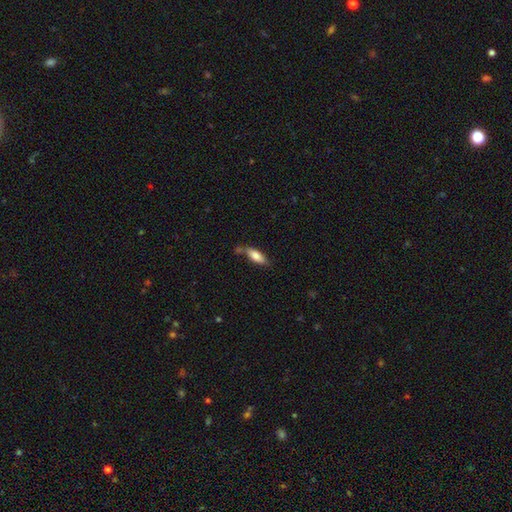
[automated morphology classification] This appears to be a smooth galaxy with no disk features (77%) that is in between round and cigar-shaped (66%). Merging: none (61%).